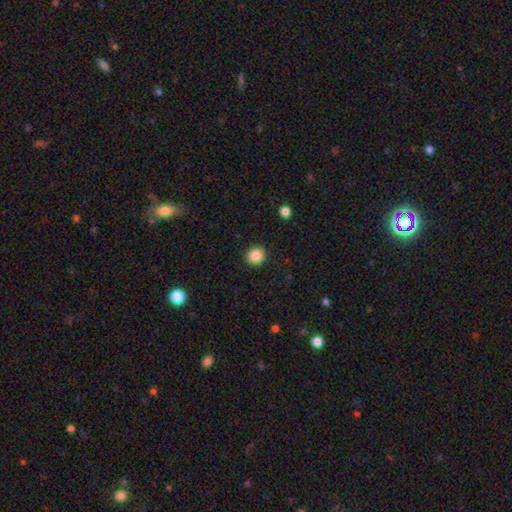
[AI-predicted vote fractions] smooth 86%, star or artifact 10%, featured or disk 4%. Down the decision tree: how rounded — round (89%); merging — none (92%).